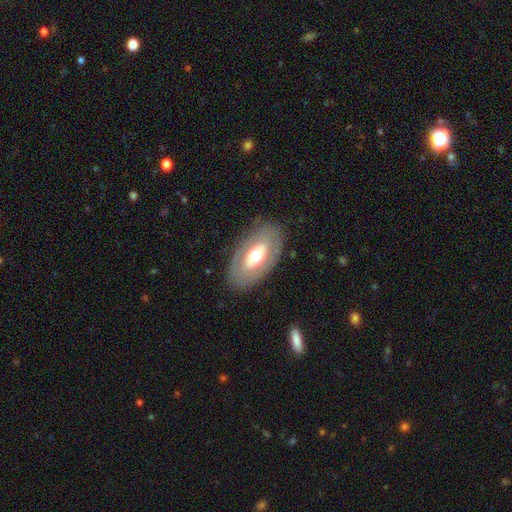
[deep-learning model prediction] smooth-or-featured: featured or disk: 51% | smooth: 43% | star or artifact: 6%
  disk-edge-on: no: 86% | yes: 14%
  merging: none: 82% | minor disturbance: 11% | major disturbance: 5% | merger: 1%